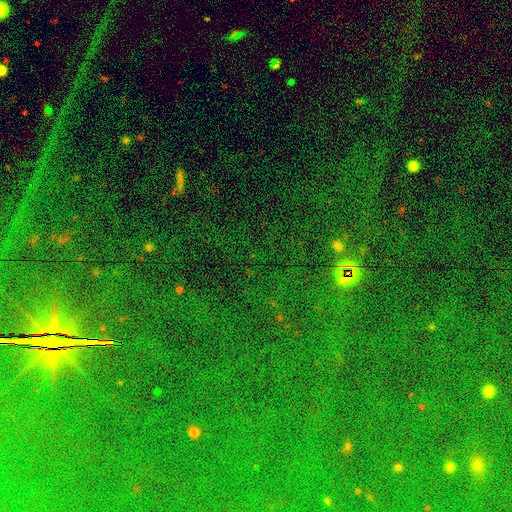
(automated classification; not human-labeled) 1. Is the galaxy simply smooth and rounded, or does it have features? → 85% star or artifact, 8% smooth, 7% featured or disk.